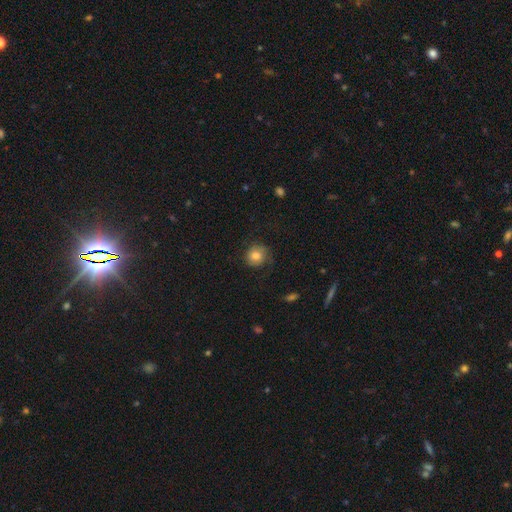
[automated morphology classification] Smooth or featured?
  - smooth: 71% *
  - featured or disk: 20%
  - star or artifact: 8%
How rounded?
  - round: 82% *
  - in between: 17%
  - cigar-shaped: 1%
Merging?
  - none: 66% *
  - minor disturbance: 20%
  - major disturbance: 12%
  - merger: 1%